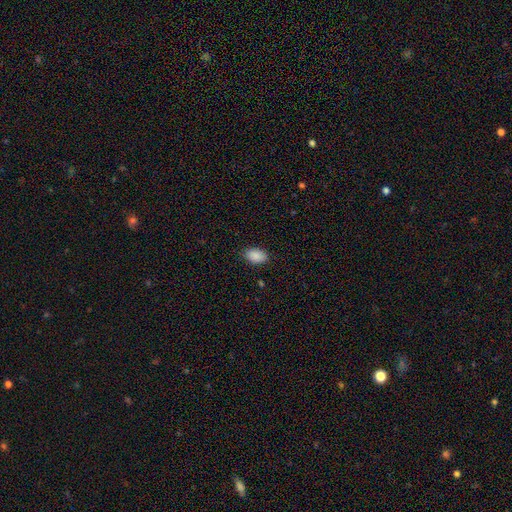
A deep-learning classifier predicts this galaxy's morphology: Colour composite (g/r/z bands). It shows a smooth galaxy with no disk features (89%) that is in between round and cigar-shaped (90%). Merging: none (87%).